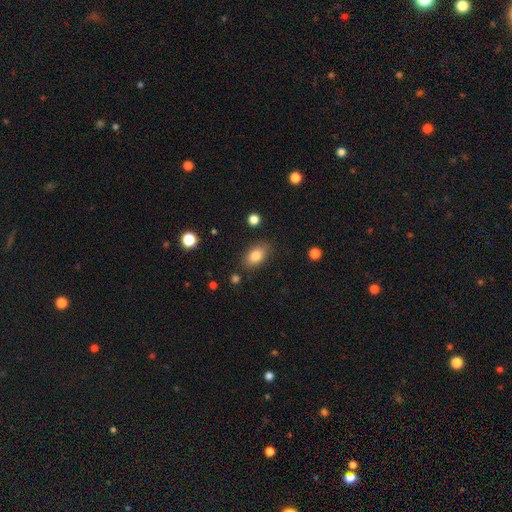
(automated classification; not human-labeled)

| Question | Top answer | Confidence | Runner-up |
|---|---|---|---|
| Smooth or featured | smooth | 82% | featured or disk (10%) |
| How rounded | in between | 87% | round (10%) |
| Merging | none | 83% | minor disturbance (12%) |